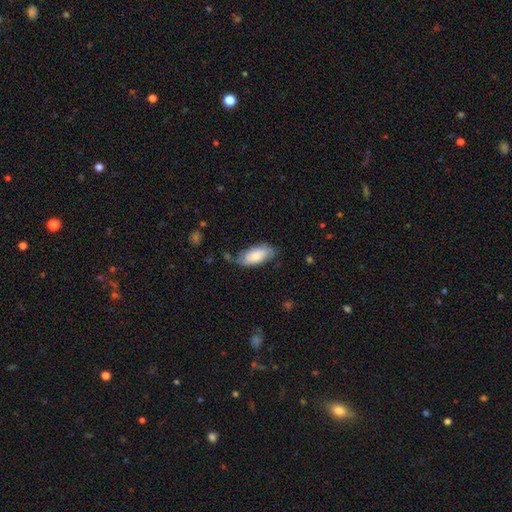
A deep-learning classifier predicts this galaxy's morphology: This appears to be a smooth galaxy with no disk features (71%) that is in between round and cigar-shaped (90%). Merging: none (62%).